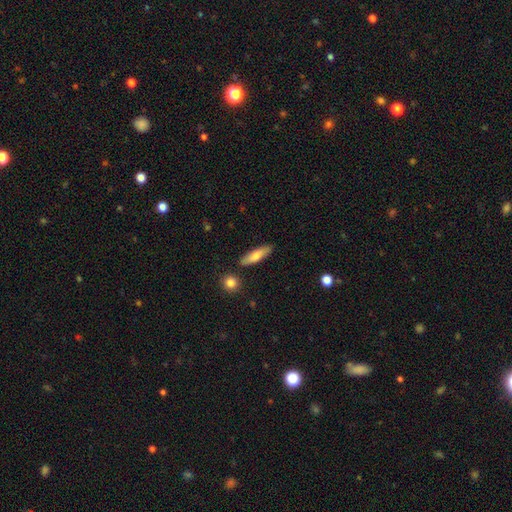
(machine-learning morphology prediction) smooth 70%, featured or disk 24%, star or artifact 6%. Down the decision tree: how rounded — cigar-shaped (67%); merging — none (85%).